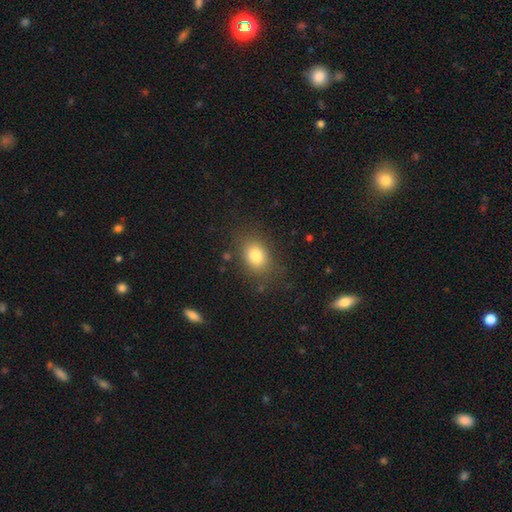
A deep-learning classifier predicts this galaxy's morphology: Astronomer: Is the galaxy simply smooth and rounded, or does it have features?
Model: smooth — 80%.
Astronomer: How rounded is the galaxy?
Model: in between — 63%.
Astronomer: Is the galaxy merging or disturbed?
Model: none — 81%.